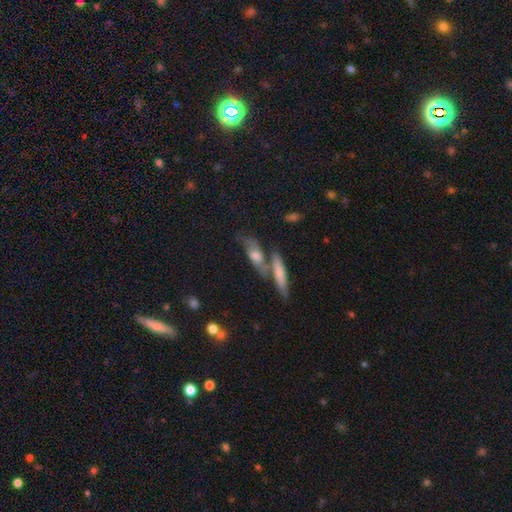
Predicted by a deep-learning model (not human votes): Smooth or featured?
  - featured or disk: 47% *
  - smooth: 44%
  - star or artifact: 8%
Merging?
  - none: 41% *
  - merger: 37%
  - minor disturbance: 15%
  - major disturbance: 7%